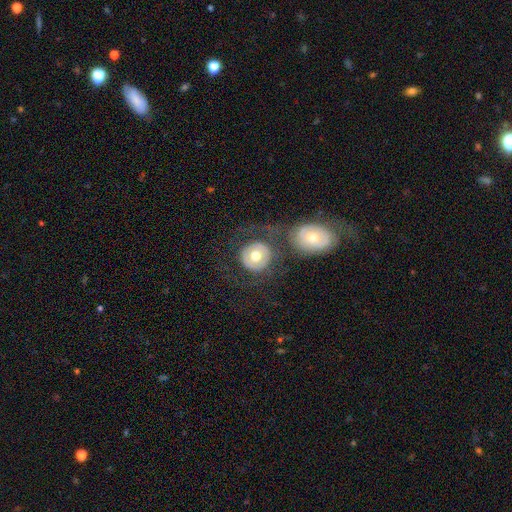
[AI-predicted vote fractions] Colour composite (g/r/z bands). It shows a smooth galaxy with no disk features (56%) that is round (90%). Merging: none (60%).